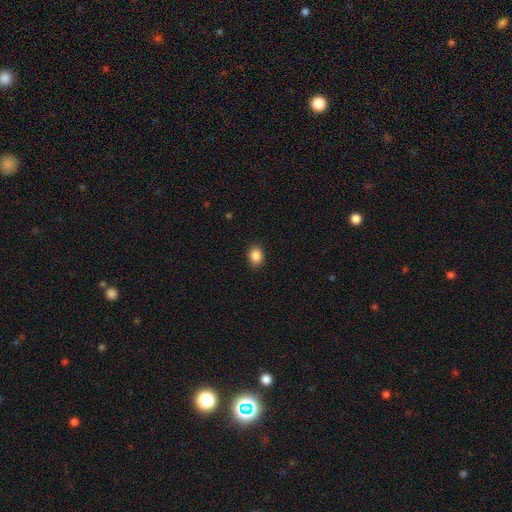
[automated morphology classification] smooth 87%, star or artifact 9%, featured or disk 4%. Down the decision tree: how rounded — in between (55%); merging — none (89%).